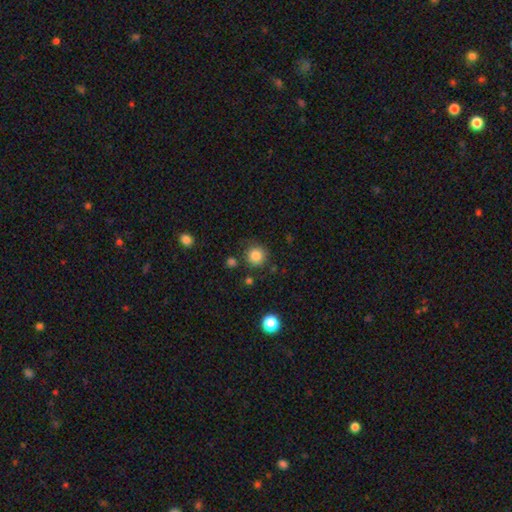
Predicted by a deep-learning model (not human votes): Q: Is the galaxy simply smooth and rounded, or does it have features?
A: smooth — 84%.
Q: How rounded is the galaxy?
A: round — 94%.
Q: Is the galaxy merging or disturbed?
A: none — 82%.